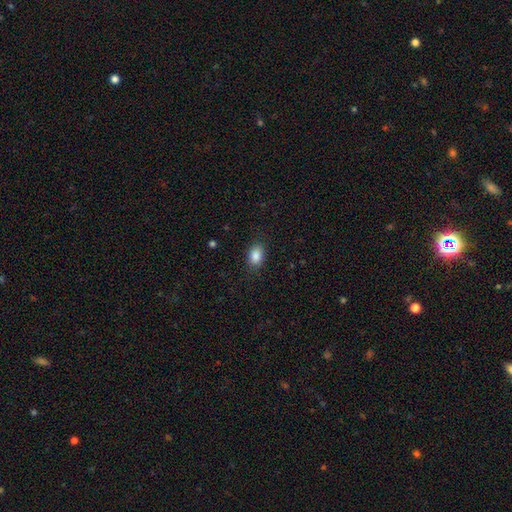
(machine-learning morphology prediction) A smooth galaxy with no disk features (87%) that is in between round and cigar-shaped (82%).

Vote fractions:
- Smooth or featured? smooth: 87% / star or artifact: 8% / featured or disk: 5%
- How rounded? in between: 82% / round: 17% / cigar-shaped: 1%
- Merging? none: 86% / minor disturbance: 10% / major disturbance: 3% / merger: 1%